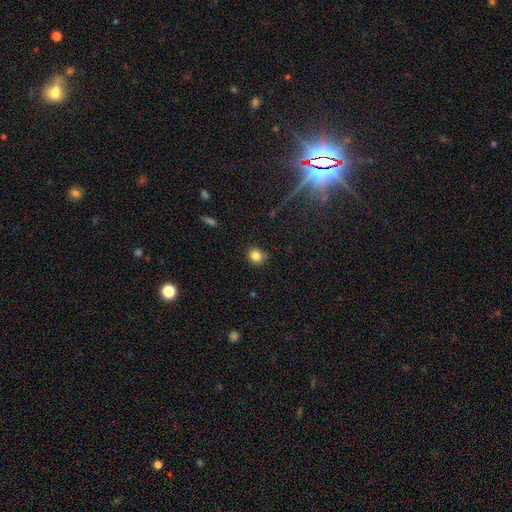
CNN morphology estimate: A smooth galaxy with no disk features (83%) that is round (82%).

Vote fractions:
- Smooth or featured? smooth: 83% / star or artifact: 12% / featured or disk: 6%
- How rounded? round: 82% / in between: 17% / cigar-shaped: 1%
- Merging? none: 84% / minor disturbance: 12% / major disturbance: 2% / merger: 1%